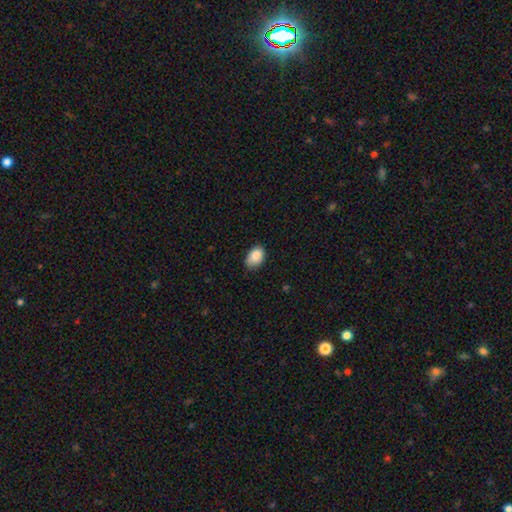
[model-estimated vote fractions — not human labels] Smooth or featured: smooth — 87% (star or artifact — 8%)
How rounded: in between — 84% (round — 15%)
Merging: none — 66% (minor disturbance — 29%)